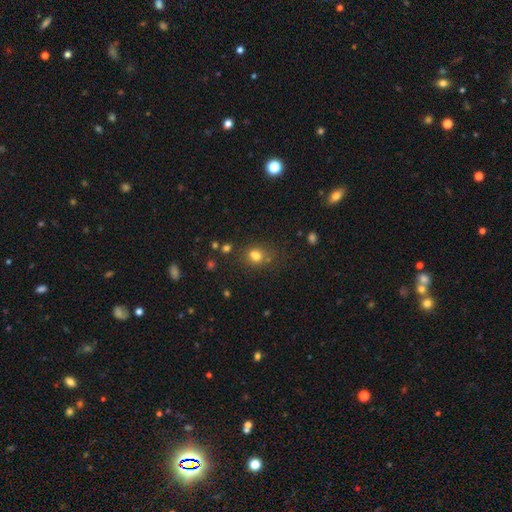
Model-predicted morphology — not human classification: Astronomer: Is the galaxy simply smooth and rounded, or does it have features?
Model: smooth — 74%.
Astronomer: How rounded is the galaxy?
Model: round — 53% (runner-up: in between, 46%).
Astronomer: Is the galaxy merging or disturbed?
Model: none — 57%.